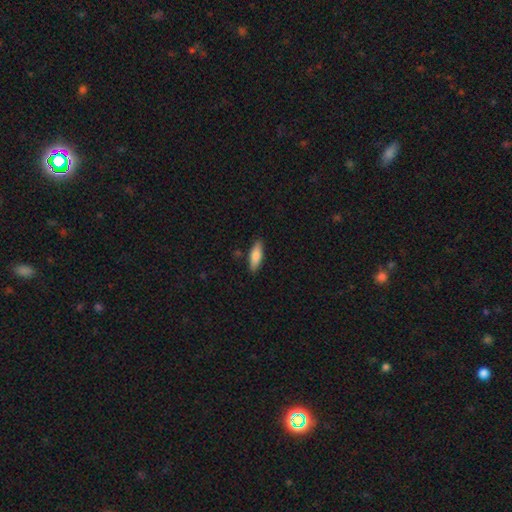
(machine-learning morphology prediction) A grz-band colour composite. It shows a smooth galaxy with no disk features (78%) that is in between round and cigar-shaped (54%). Merging: none (85%).